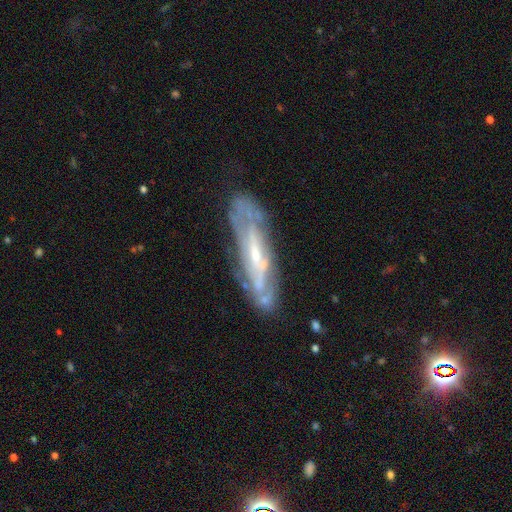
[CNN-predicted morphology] This appears to be a featured or disk galaxy (76%). Merging: none (73%).